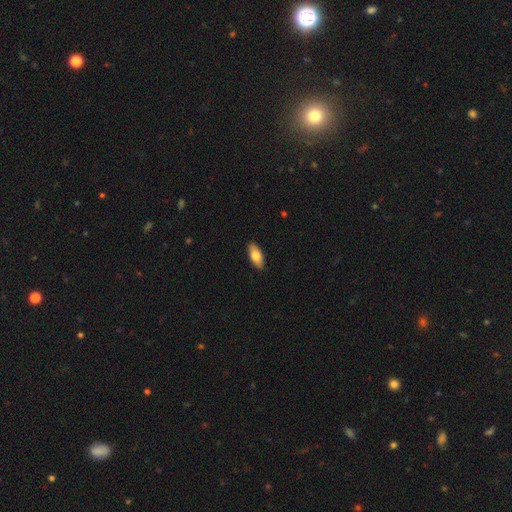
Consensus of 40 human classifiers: smooth_or_featured: smooth (p=0.85) [alt: featured or disk p=0.07]
how_rounded: in between (p=0.82) [alt: cigar-shaped p=0.18]
merging: none (p=0.95) [alt: minor disturbance p=0.05]